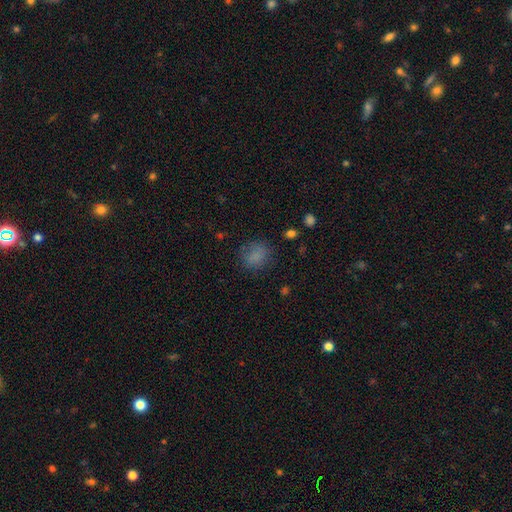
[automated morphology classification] type=smooth (79%); roundness=round (68%); merging=none (75%).